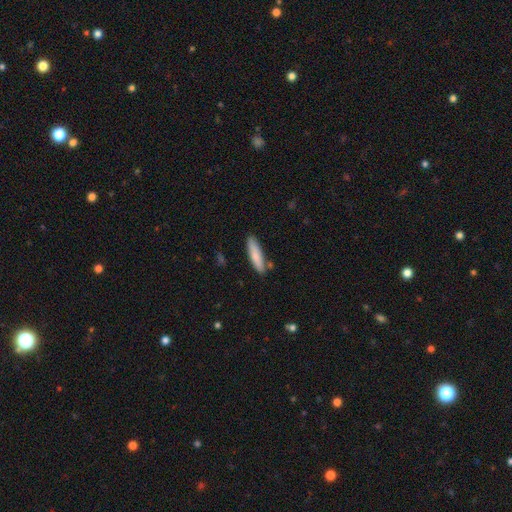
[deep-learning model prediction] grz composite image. It shows a smooth galaxy with no disk features (80%) that is cigar-shaped (79%). Merging: none (82%).